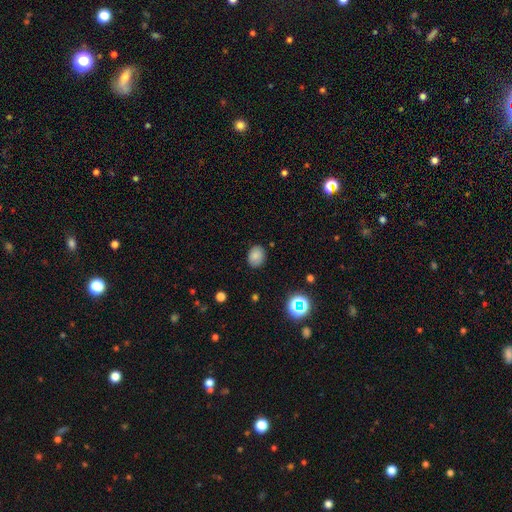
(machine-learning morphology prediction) This appears to be a smooth galaxy with no disk features (81%) that is in between round and cigar-shaped (54%). Merging: none (85%).